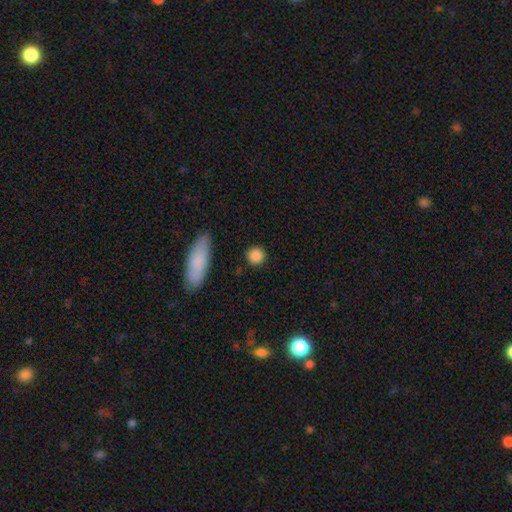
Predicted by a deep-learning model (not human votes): A smooth galaxy with no disk features (87%) that is round (89%). Merging: none (88%).